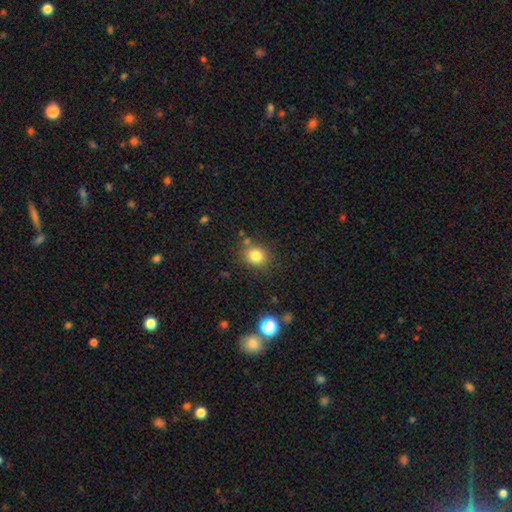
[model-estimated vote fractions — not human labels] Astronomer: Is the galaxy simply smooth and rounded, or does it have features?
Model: smooth — 81%.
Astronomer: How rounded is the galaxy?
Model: round — 77%.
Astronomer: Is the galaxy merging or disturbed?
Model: none — 77%.